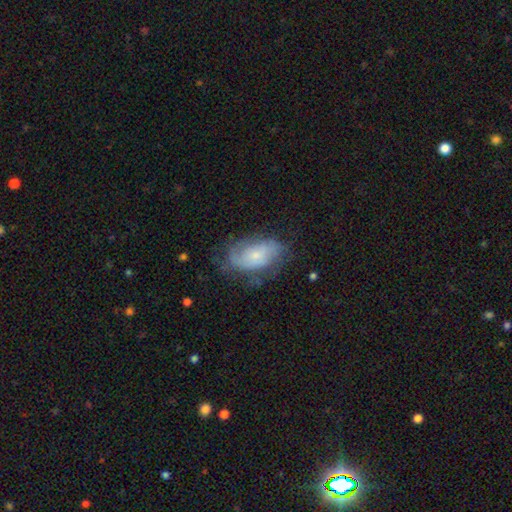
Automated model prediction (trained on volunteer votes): Morphology: type=featured or disk (59%); edge-on=no (95%); bar=no (72%); spiral arms=yes (83%); bulge=small (63%); merging=none (58%).